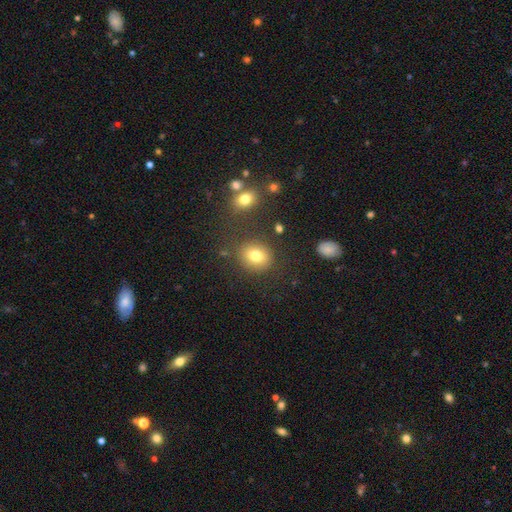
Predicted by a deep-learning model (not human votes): Smooth or featured?
  - smooth: 77% *
  - star or artifact: 12%
  - featured or disk: 11%
How rounded?
  - round: 68% *
  - in between: 31%
  - cigar-shaped: 1%
Merging?
  - none: 81% *
  - minor disturbance: 10%
  - merger: 5%
  - major disturbance: 4%